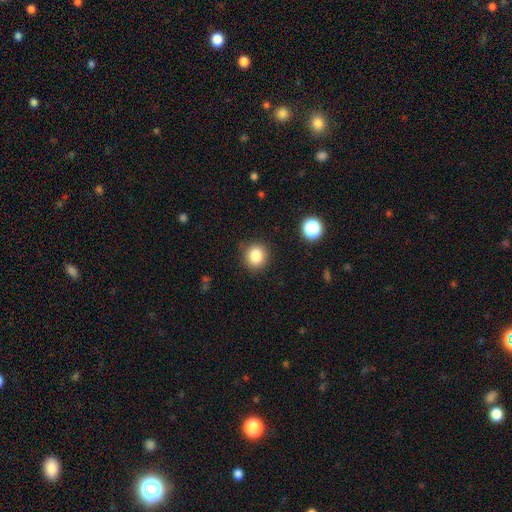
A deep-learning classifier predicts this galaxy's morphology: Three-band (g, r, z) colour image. It shows a smooth galaxy with no disk features (84%) that is round (88%). Merging: none (88%).